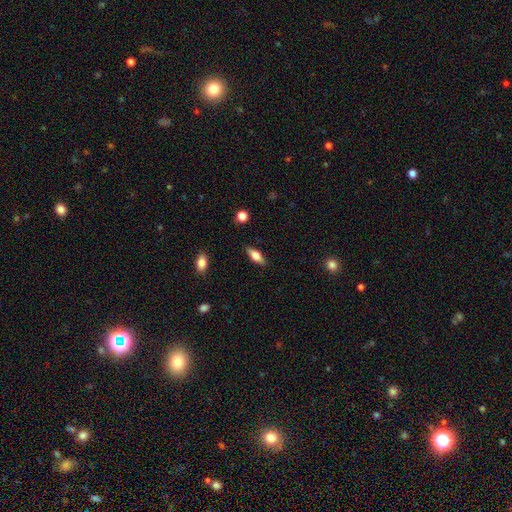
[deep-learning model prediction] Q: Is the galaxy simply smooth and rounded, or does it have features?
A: smooth — 65%.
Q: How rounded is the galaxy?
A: in between — 71%.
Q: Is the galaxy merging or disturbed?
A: none — 86%.